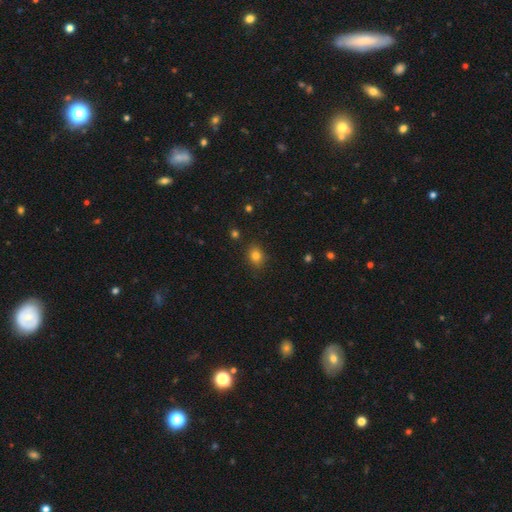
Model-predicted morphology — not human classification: The model was most divided on "how rounded": round: 55%, in between: 44%, cigar-shaped: 1%. More confident: merging — none (86%); smooth or featured — smooth (81%).